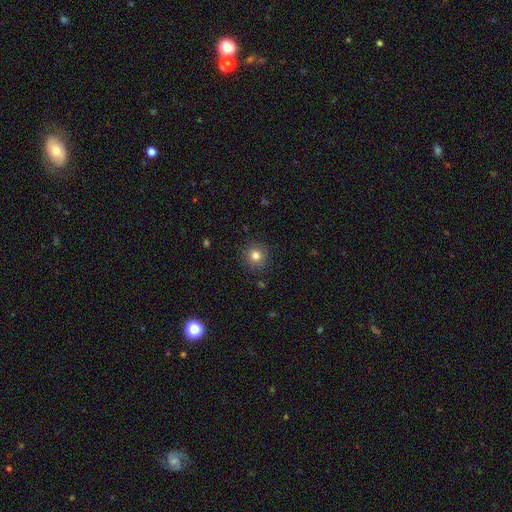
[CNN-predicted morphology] Smooth or featured?
  - smooth: 81% *
  - star or artifact: 12%
  - featured or disk: 7%
How rounded?
  - round: 93% *
  - in between: 6%
  - cigar-shaped: 1%
Merging?
  - none: 89% *
  - minor disturbance: 7%
  - major disturbance: 2%
  - merger: 1%